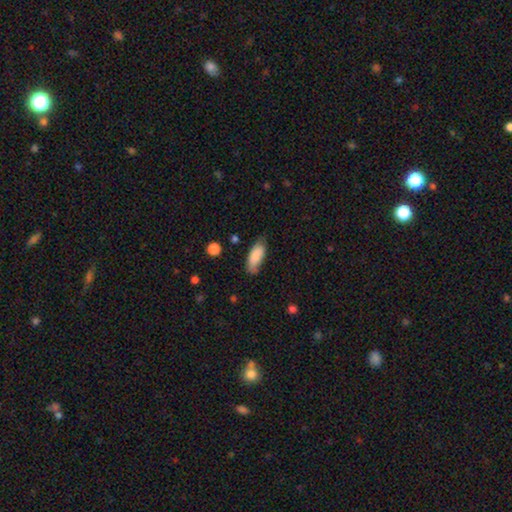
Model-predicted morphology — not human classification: type=smooth (84%); roundness=in between (81%); merging=none (69%).